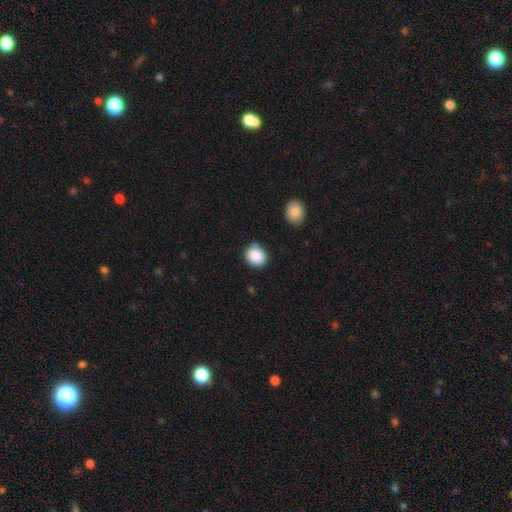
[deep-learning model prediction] Overall: smooth (88%). How rounded: round (70%). Merging: none (74%).